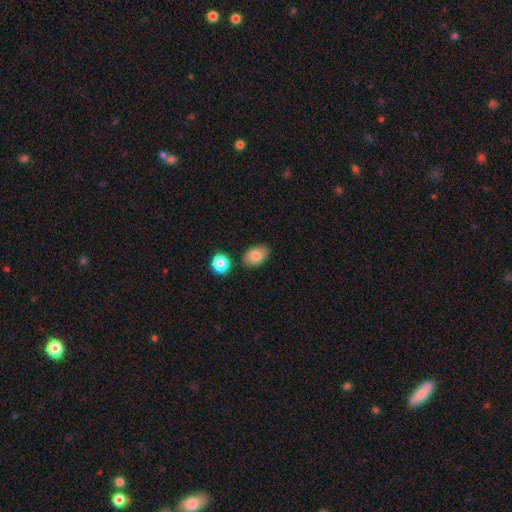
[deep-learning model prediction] The model was most divided on "merging": none: 81%, minor disturbance: 12%, merger: 4%, major disturbance: 3%. More confident: how rounded — in between (87%); smooth or featured — smooth (82%).